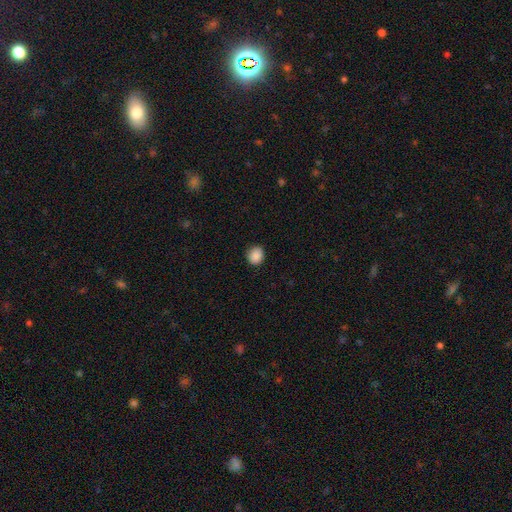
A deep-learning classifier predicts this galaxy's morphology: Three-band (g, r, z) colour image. It shows a smooth galaxy with no disk features (89%) that is round (77%). Merging: none (89%).